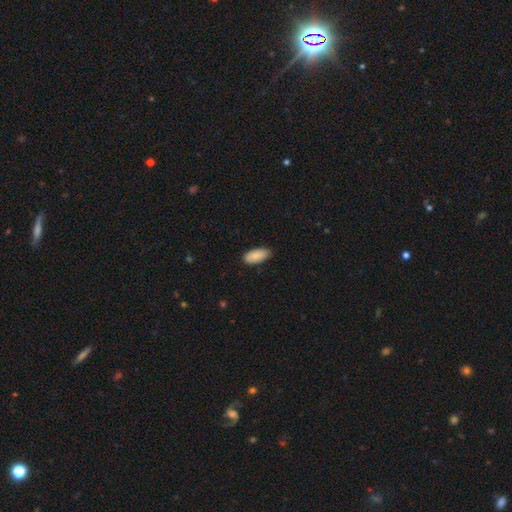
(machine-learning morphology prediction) smooth 87%, featured or disk 7%, star or artifact 6%. Down the decision tree: how rounded — in between (91%); merging — none (84%).